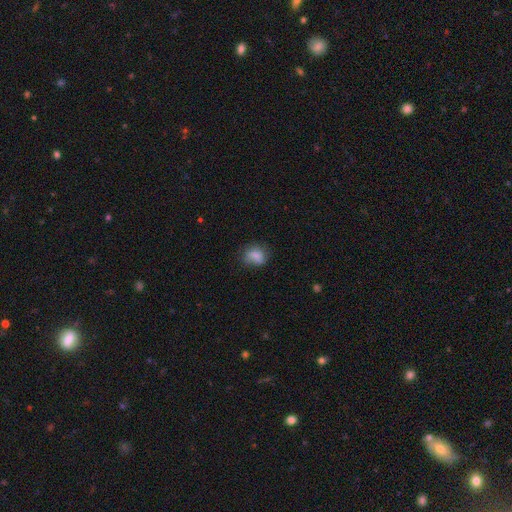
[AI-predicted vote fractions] Q: Smooth or featured?
A: smooth (74%); runner-up: featured or disk (16%)
Q: How rounded?
A: in between (51%); runner-up: round (47%)
Q: Merging?
A: none (60%); runner-up: minor disturbance (27%)